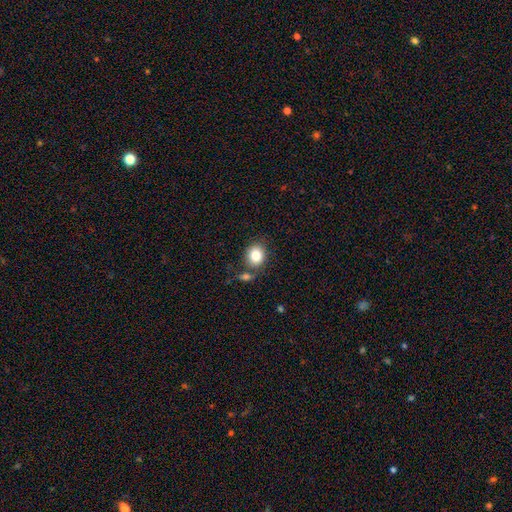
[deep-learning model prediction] The model was most divided on "how rounded": round: 65%, in between: 34%, cigar-shaped: 1%. More confident: smooth or featured — smooth (84%); merging — none (69%).